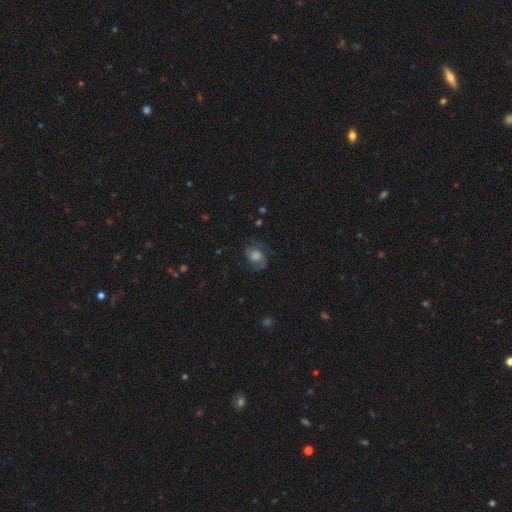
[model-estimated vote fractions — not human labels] A featured or disk galaxy (69%) with no bar (65%), 2 (72%) medium (51%) spiral arms (93%) and a moderate central bulge (43%).

Vote fractions:
- Smooth or featured? featured or disk: 69% / smooth: 20% / star or artifact: 11%
- Edge-on disk? no: 97% / yes: 3%
- Bar? no: 65% / weak: 29% / strong: 5%
- Spiral arms? yes: 93% / no: 7%
- Spiral winding? medium: 51% / tight: 28% / loose: 21%
- Spiral arm count? 2: 72% / can't tell: 11% / 3: 8% / 1: 5% / 4: 2% / more than 4: 2%
- Bulge size? moderate: 43% / large: 32% / small: 15% / none: 6% / dominant: 4%
- Merging? none: 71% / minor disturbance: 17% / major disturbance: 11% / merger: 1%